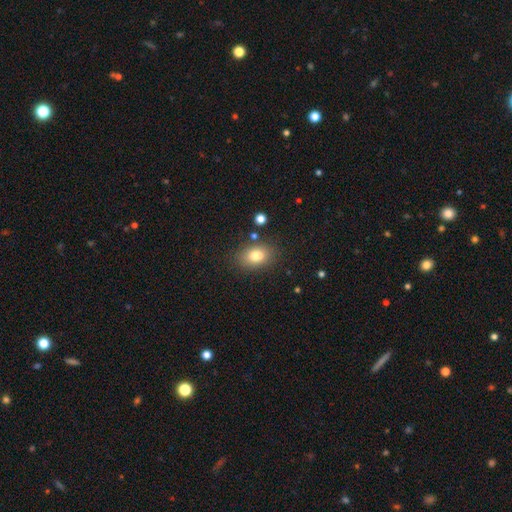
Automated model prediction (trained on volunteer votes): A smooth galaxy with no disk features (80%) that is in between round and cigar-shaped (77%). Merging: none (77%).